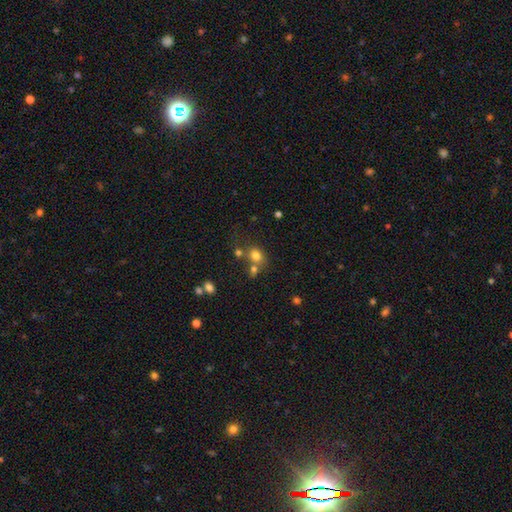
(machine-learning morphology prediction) This appears to be a smooth galaxy with no disk features (76%) that is round (62%). Merging: none (52%).